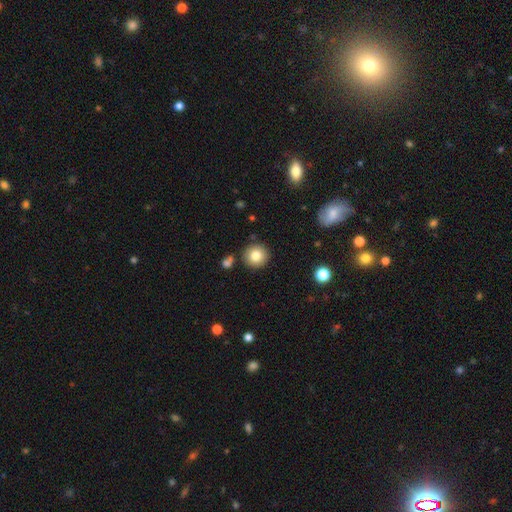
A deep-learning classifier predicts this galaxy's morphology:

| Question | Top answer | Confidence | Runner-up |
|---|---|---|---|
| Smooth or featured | smooth | 83% | star or artifact (9%) |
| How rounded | round | 94% | in between (5%) |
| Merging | none | 86% | minor disturbance (7%) |